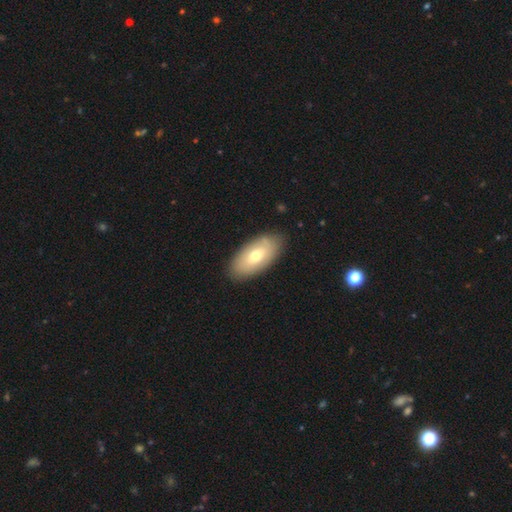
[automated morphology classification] smooth-or-featured: smooth: 65% | featured or disk: 29% | star or artifact: 6%
  how-rounded: in between: 93% | cigar-shaped: 4% | round: 3%
  merging: none: 85% | minor disturbance: 12% | major disturbance: 3% | merger: 1%